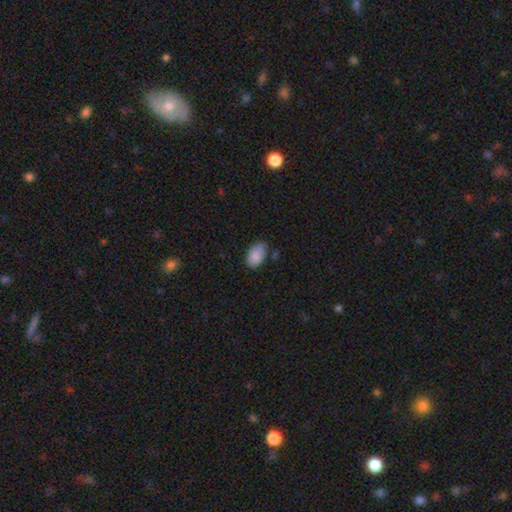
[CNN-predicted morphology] Smooth or featured?
  - smooth: 88% *
  - star or artifact: 7%
  - featured or disk: 5%
How rounded?
  - in between: 92% *
  - round: 7%
  - cigar-shaped: 1%
Merging?
  - none: 70% *
  - minor disturbance: 24%
  - major disturbance: 4%
  - merger: 3%